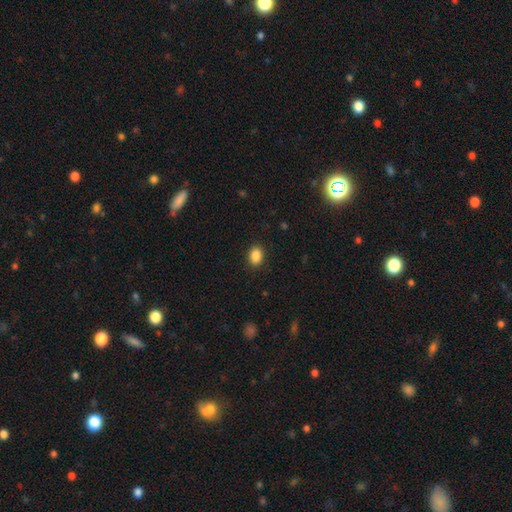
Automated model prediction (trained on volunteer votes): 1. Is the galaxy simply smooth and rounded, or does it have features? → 88% smooth, 9% star or artifact, 3% featured or disk.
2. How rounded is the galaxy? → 77% in between, 22% round, 1% cigar-shaped.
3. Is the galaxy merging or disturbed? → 88% none, 8% minor disturbance, 2% major disturbance, 1% merger.